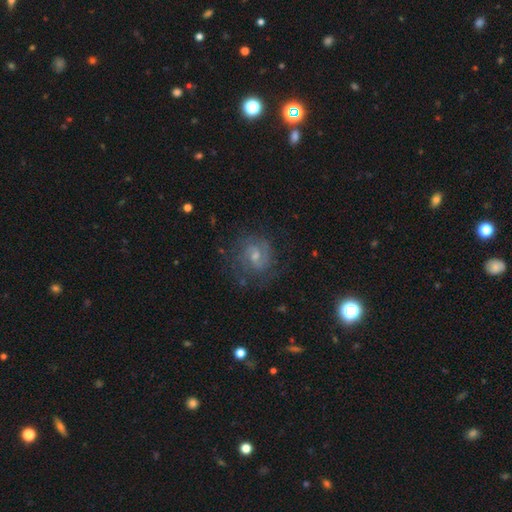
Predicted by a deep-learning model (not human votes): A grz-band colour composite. It shows a featured or disk galaxy (77%) with a weak bar (55%), 2 (69%) medium (44%) spiral arms (93%) and a small central bulge (52%). Merging: none (74%).